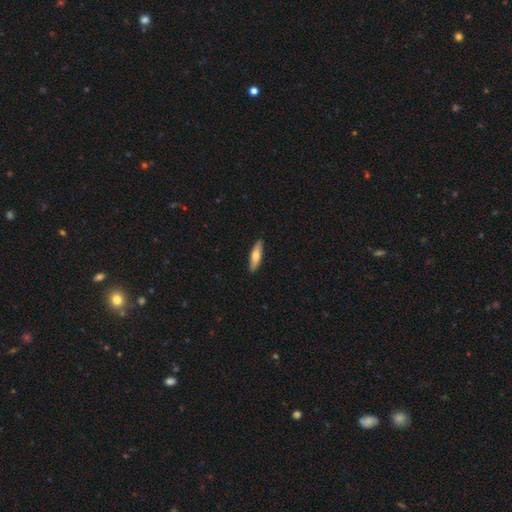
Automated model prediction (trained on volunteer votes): Overall: smooth (63%; featured or disk 31%). How rounded: cigar-shaped (69%; in between 30%). Merging: none (90%).